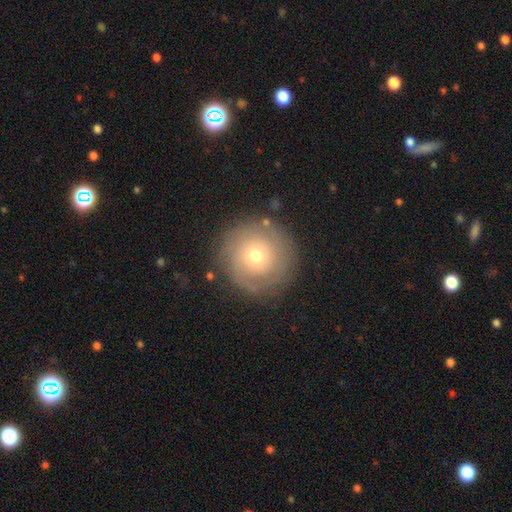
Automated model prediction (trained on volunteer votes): Smooth or featured? Predicted: featured or disk (p=0.47). Merging? Predicted: none (p=0.82).